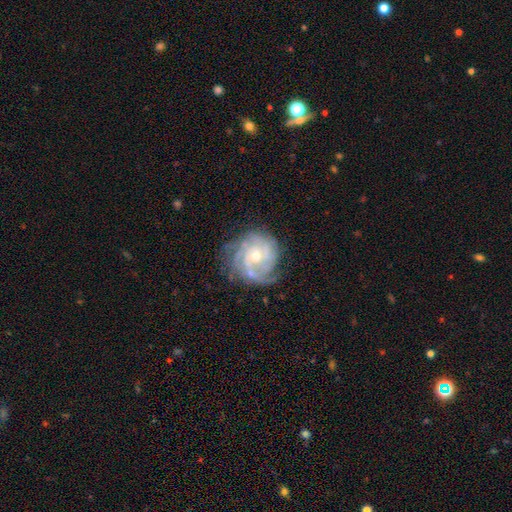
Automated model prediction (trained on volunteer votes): Morphology: type=featured or disk (86%); edge-on=no (97%); bar=no (67%); spiral arms=yes (96%); winding=tight (68%); arm count=can't tell (26%, tied with 3); bulge=small (51%); merging=none (71%).